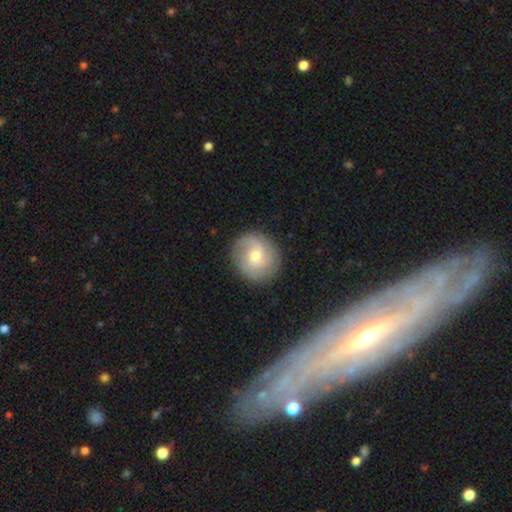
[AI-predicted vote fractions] Smooth or featured?
  - featured or disk: 68% *
  - smooth: 26%
  - star or artifact: 7%
Edge-on disk?
  - no: 98% *
  - yes: 2%
Bar?
  - no: 69% *
  - weak: 27%
  - strong: 4%
Spiral arms?
  - yes: 91% *
  - no: 9%
Spiral winding?
  - tight: 50% *
  - medium: 36%
  - loose: 14%
Spiral arm count?
  - 2: 36% *
  - can't tell: 26%
  - 3: 22%
  - 1: 6%
  - 4: 5%
  - more than 4: 4%
Bulge size?
  - moderate: 50% *
  - small: 46%
  - large: 2%
  - none: 1%
  - dominant: 1%
Merging?
  - none: 84% *
  - minor disturbance: 11%
  - major disturbance: 4%
  - merger: 1%